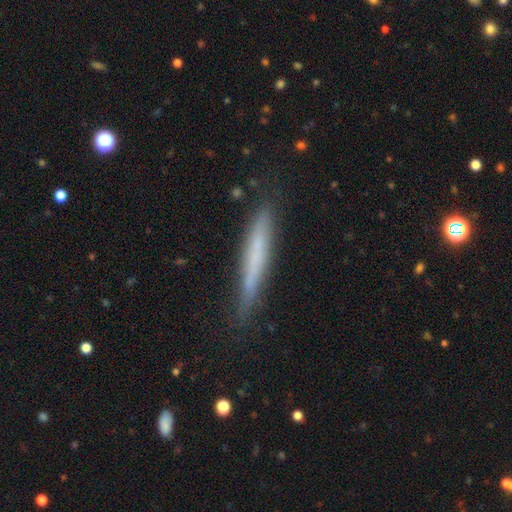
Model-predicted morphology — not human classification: A smooth galaxy with no disk features (57%) that is cigar-shaped (95%). Merging: none (80%).